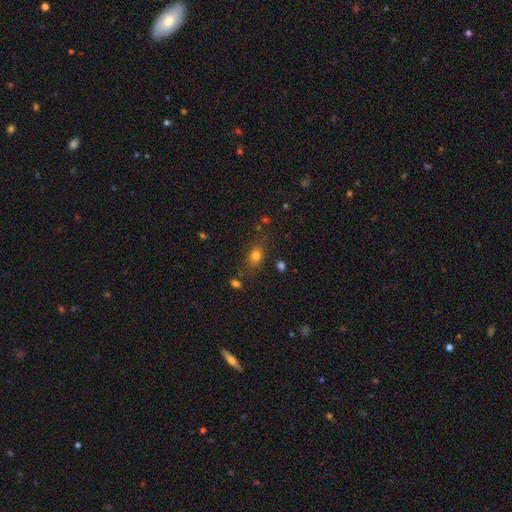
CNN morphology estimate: smooth-or-featured: smooth: 78% | star or artifact: 13% | featured or disk: 9%
  how-rounded: in between: 68% | round: 30% | cigar-shaped: 2%
  merging: none: 77% | minor disturbance: 15% | major disturbance: 5% | merger: 4%